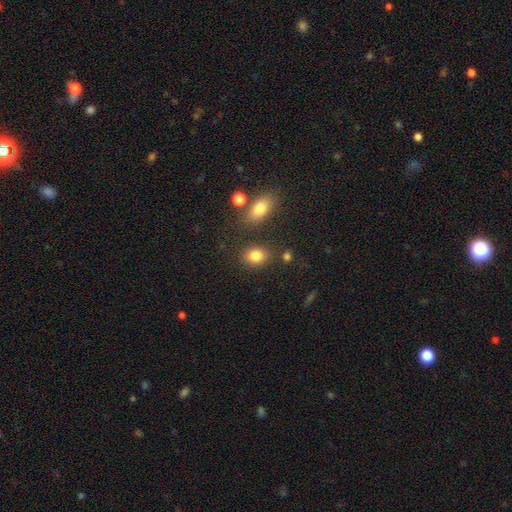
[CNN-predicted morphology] Overall: smooth (84%). How rounded: in between (53%; round 45%). Merging: none (77%).